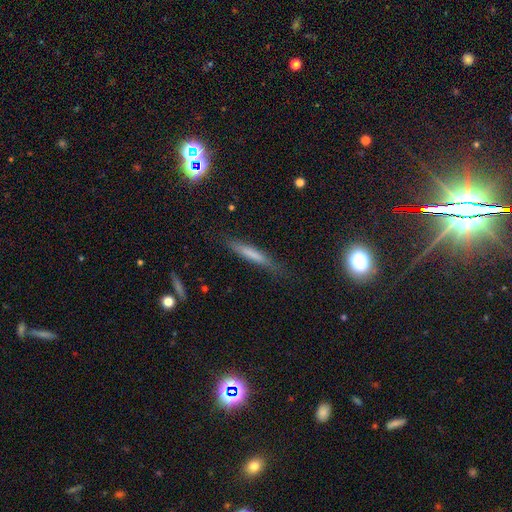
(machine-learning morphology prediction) Smooth or featured?
  - smooth: 54% *
  - featured or disk: 32%
  - star or artifact: 15%
How rounded?
  - cigar-shaped: 90% *
  - in between: 7%
  - round: 3%
Merging?
  - none: 78% *
  - minor disturbance: 16%
  - major disturbance: 4%
  - merger: 2%